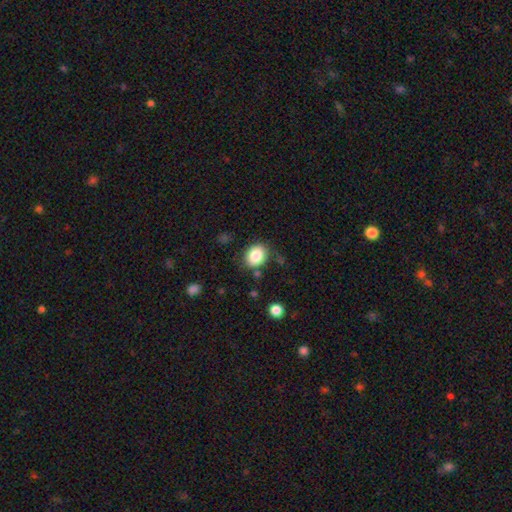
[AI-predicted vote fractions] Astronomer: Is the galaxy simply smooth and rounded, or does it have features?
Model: smooth — 85%.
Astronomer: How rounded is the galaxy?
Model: in between — 54% (runner-up: round, 46%).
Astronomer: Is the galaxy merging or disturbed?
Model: none — 79%.